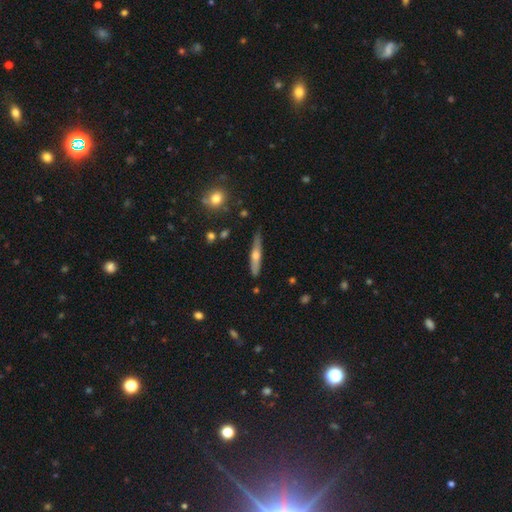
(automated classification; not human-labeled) featured or disk 47%, smooth 46%, star or artifact 7%. Down the decision tree: merging — none (79%).